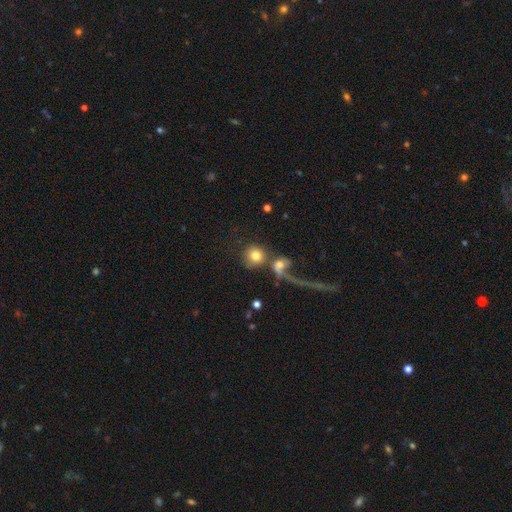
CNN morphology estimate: This appears to be a smooth galaxy with no disk features (76%) that is round (89%). Merging: none (42%).